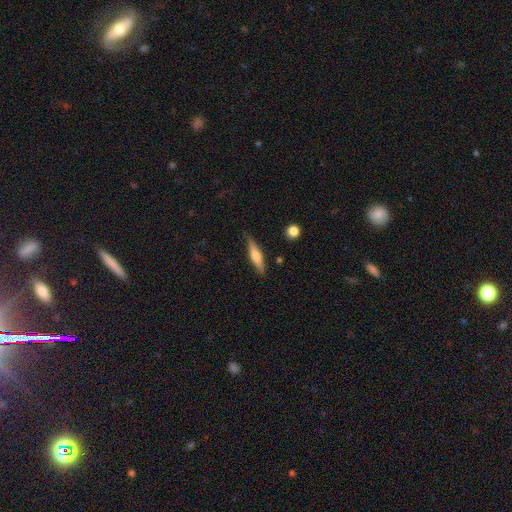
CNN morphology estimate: Smooth or featured? smooth (49%)
Merging? none (85%)